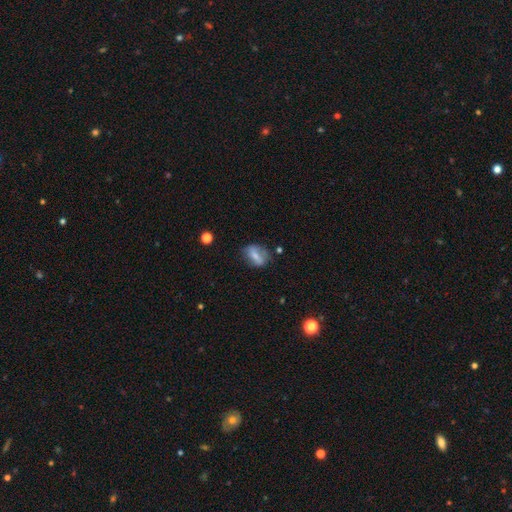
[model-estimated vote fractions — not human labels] A smooth galaxy with no disk features (58%) that is in between round and cigar-shaped (72%).

Vote fractions:
- Smooth or featured? smooth: 58% / featured or disk: 33% / star or artifact: 9%
- How rounded? in between: 72% / round: 17% / cigar-shaped: 11%
- Merging? none: 63% / minor disturbance: 24% / major disturbance: 9% / merger: 4%